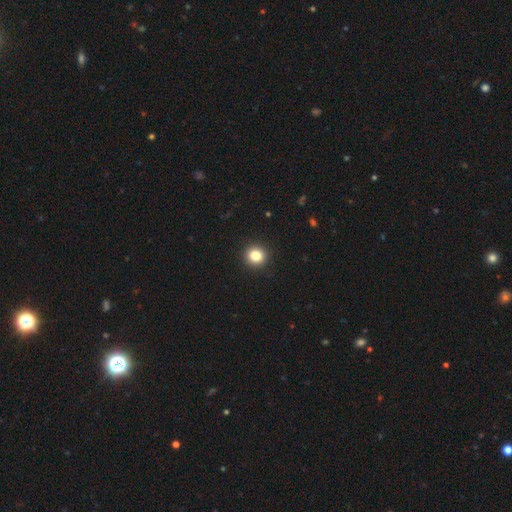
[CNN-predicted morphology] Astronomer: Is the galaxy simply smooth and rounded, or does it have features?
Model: smooth — 83%.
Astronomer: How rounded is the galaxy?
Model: round — 90%.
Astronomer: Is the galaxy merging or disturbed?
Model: none — 93%.